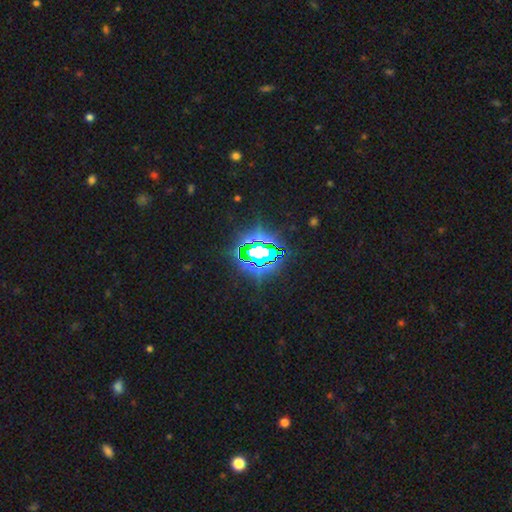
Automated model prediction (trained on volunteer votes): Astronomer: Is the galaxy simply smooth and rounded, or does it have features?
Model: star or artifact — 78%.